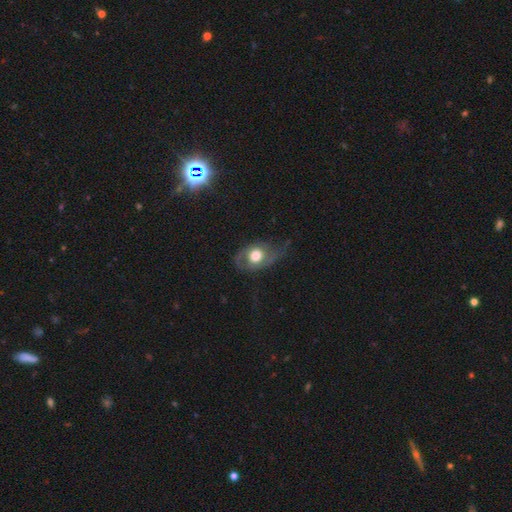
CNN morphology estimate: This is possibly a featured or disk galaxy (50%). Merging: marginally none (42%).